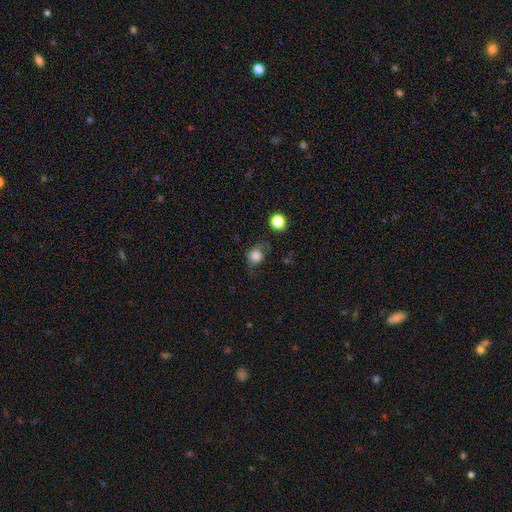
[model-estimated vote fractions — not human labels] Smooth or featured? Predicted: smooth (p=0.76). How rounded? Predicted: round (p=0.71). Merging? Predicted: none (p=0.48).